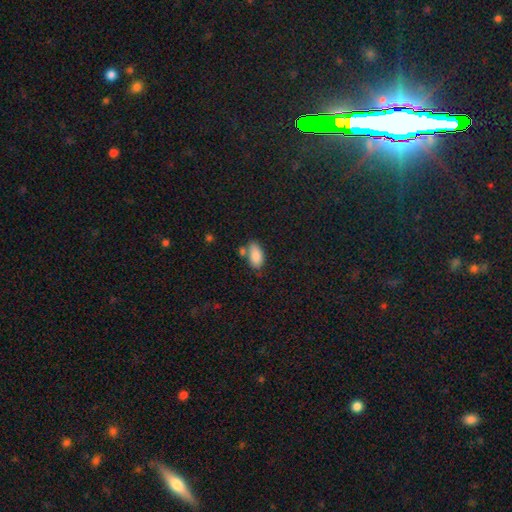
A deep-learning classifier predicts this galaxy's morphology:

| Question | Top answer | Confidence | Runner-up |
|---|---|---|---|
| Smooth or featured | smooth | 86% | star or artifact (7%) |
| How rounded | in between | 93% | round (4%) |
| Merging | none | 56% | minor disturbance (20%) |